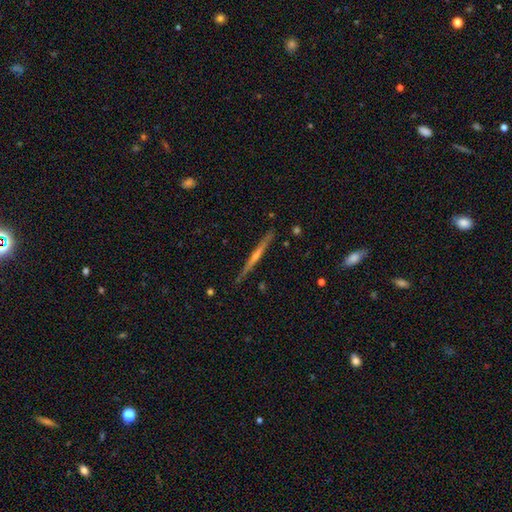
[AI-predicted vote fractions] The model was most divided on "edge-on bulge": rounded: 54%, none: 39%, boxy: 7%. More confident: edge-on disk — yes (98%); merging — none (89%); smooth or featured — featured or disk (72%).